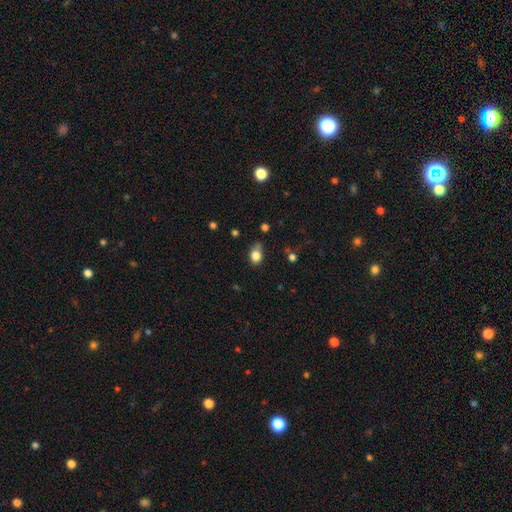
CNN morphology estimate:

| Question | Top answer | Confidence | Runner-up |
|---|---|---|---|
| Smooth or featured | smooth | 82% | star or artifact (11%) |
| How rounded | in between | 62% | round (37%) |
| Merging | none | 54% | minor disturbance (34%) |